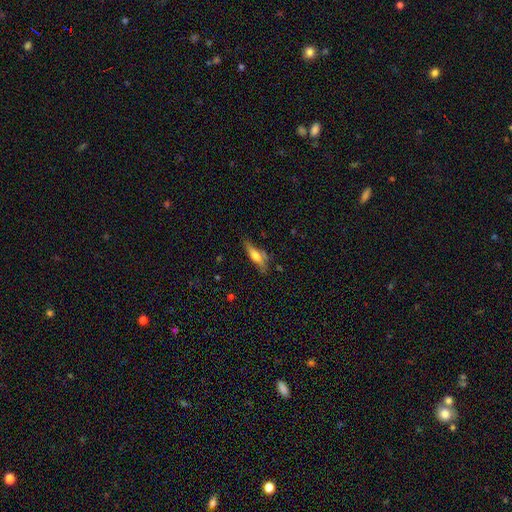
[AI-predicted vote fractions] smooth_or_featured: smooth (p=0.52) [alt: featured or disk p=0.40]
how_rounded: cigar-shaped (p=0.64) [alt: in between p=0.34]
merging: none (p=0.62) [alt: minor disturbance p=0.24]